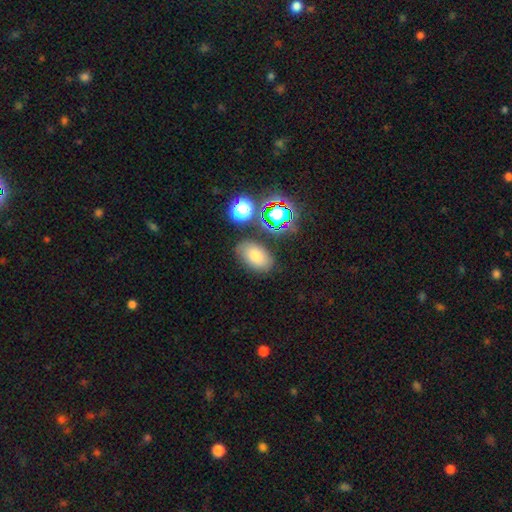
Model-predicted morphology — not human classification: This is likely a smooth galaxy (74%). How rounded: clearly in between (89%). Merging: likely none (78%).